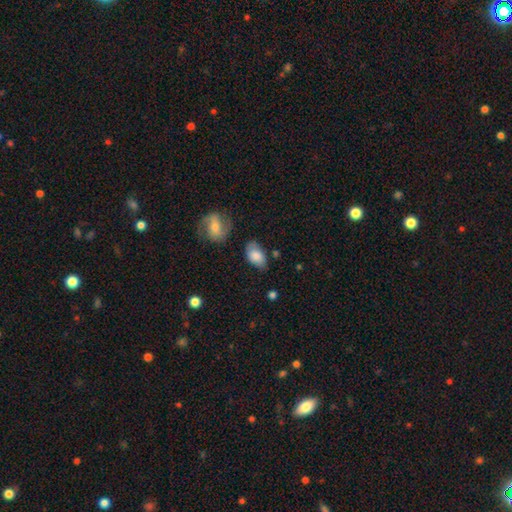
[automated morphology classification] A smooth galaxy with no disk features (80%) that is in between round and cigar-shaped (91%).

Vote fractions:
- Smooth or featured? smooth: 80% / featured or disk: 13% / star or artifact: 7%
- How rounded? in between: 91% / round: 7% / cigar-shaped: 2%
- Merging? none: 64% / minor disturbance: 26% / major disturbance: 6% / merger: 3%